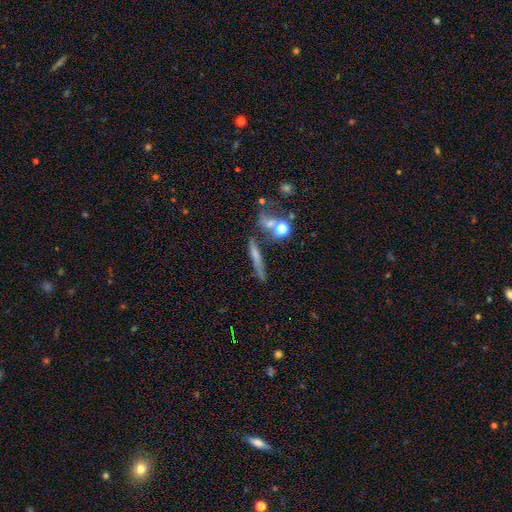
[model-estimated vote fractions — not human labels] smooth 51%, featured or disk 34%, star or artifact 15%. Down the decision tree: how rounded — cigar-shaped (82%); merging — none (58%).